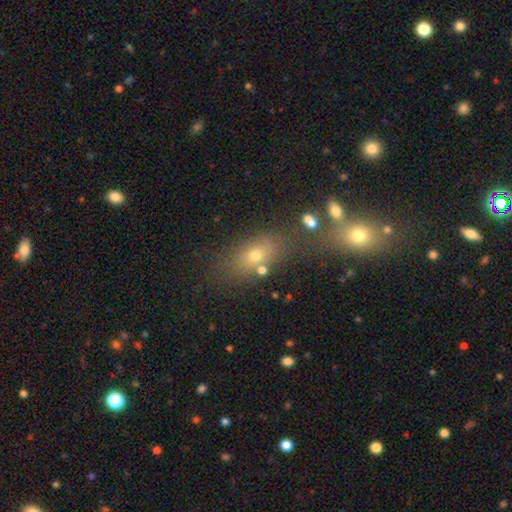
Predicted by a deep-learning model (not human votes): A smooth galaxy with no disk features (64%) that is in between round and cigar-shaped (71%). Merging: none (60%).